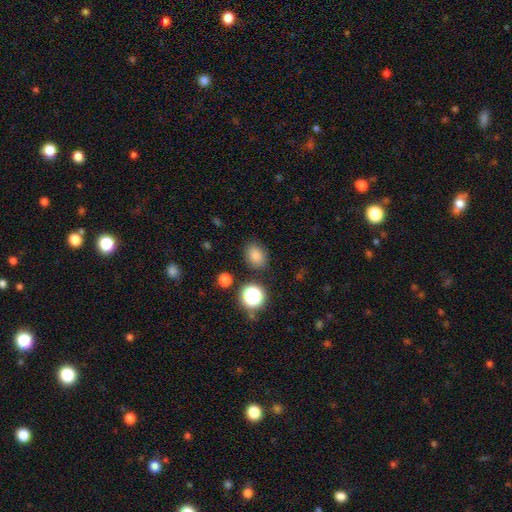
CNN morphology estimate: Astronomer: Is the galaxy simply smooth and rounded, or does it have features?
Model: smooth — 81%.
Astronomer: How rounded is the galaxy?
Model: in between — 65%.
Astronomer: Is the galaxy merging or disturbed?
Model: none — 82%.